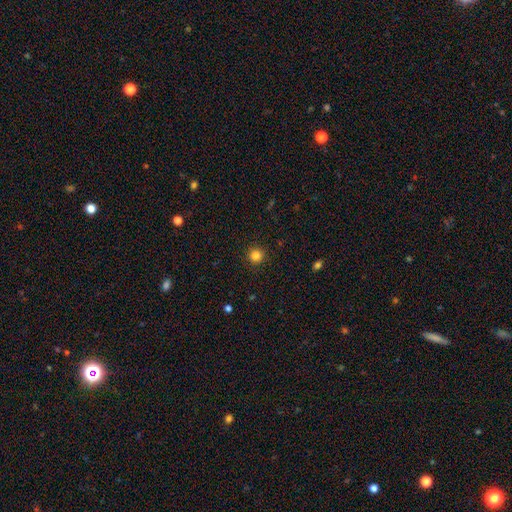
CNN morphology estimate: The model was most divided on "smooth or featured": smooth: 84%, star or artifact: 12%, featured or disk: 4%. More confident: how rounded — round (94%); merging — none (91%).